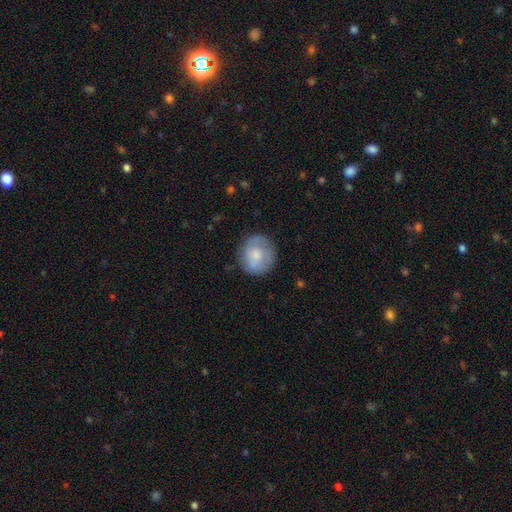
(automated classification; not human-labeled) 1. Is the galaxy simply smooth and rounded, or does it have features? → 61% smooth, 33% featured or disk, 7% star or artifact.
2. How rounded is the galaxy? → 84% round, 15% in between, 1% cigar-shaped.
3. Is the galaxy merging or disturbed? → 75% none, 18% minor disturbance, 6% major disturbance, 2% merger.